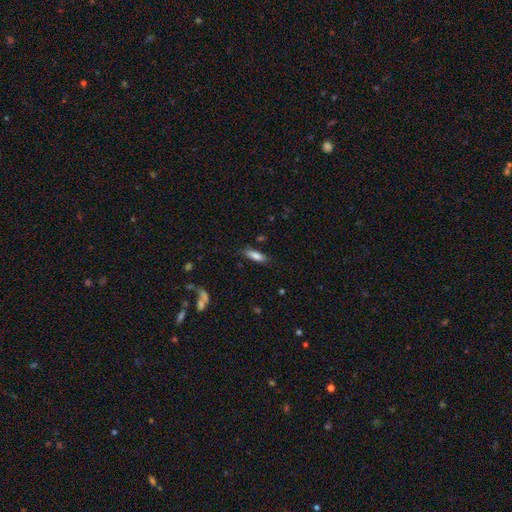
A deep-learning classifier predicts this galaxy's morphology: smooth-or-featured: smooth: 79% | featured or disk: 15% | star or artifact: 7%
  how-rounded: in between: 51% | cigar-shaped: 47% | round: 2%
  merging: none: 82% | minor disturbance: 13% | major disturbance: 3% | merger: 3%